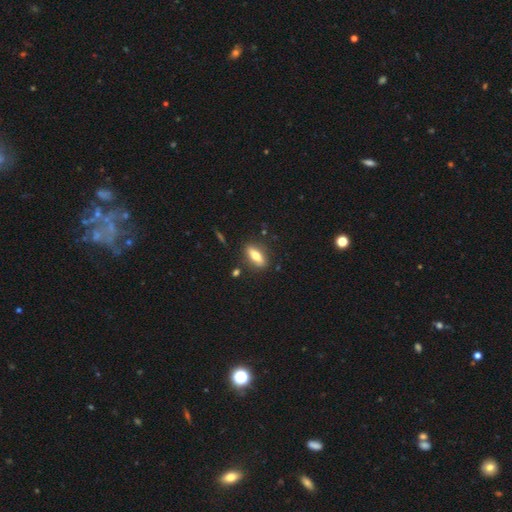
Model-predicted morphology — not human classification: smooth-or-featured: smooth: 65% | featured or disk: 28% | star or artifact: 7%
  how-rounded: in between: 67% | cigar-shaped: 29% | round: 4%
  merging: none: 83% | minor disturbance: 11% | major disturbance: 3% | merger: 3%